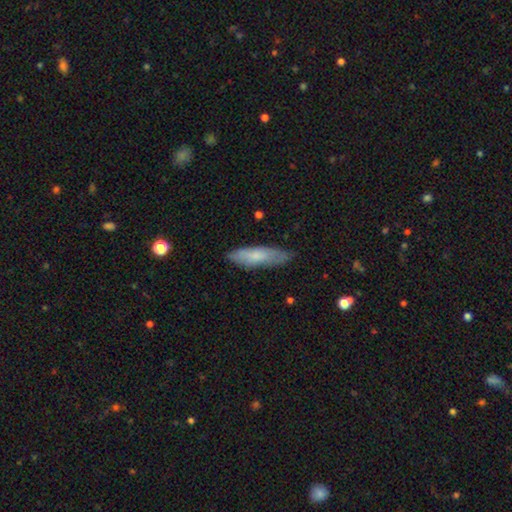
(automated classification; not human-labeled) Smooth or featured: smooth — 73% (featured or disk — 21%)
How rounded: cigar-shaped — 65% (in between — 33%)
Merging: none — 80% (minor disturbance — 16%)